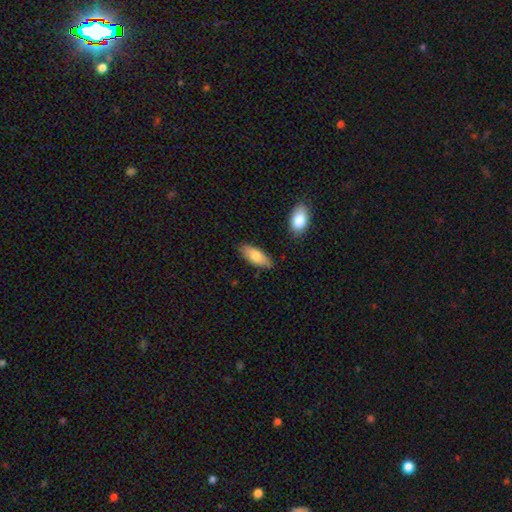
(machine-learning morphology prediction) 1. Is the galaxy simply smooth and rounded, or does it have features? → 79% smooth, 16% featured or disk, 6% star or artifact.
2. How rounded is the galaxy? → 80% in between, 18% cigar-shaped, 2% round.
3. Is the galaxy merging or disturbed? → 81% none, 13% minor disturbance, 3% merger, 2% major disturbance.